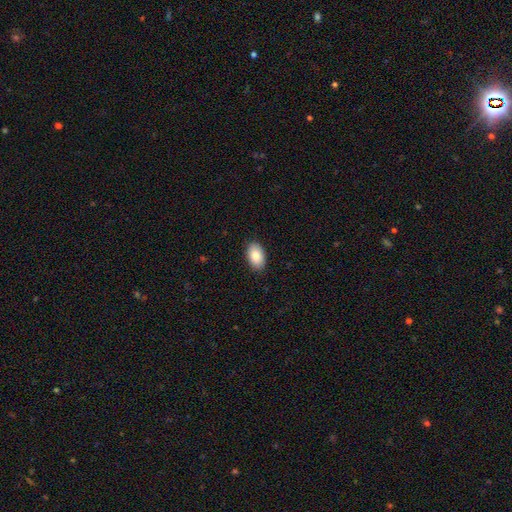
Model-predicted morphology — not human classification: This is clearly a smooth galaxy (87%). How rounded: clearly in between (93%). Merging: clearly none (89%).